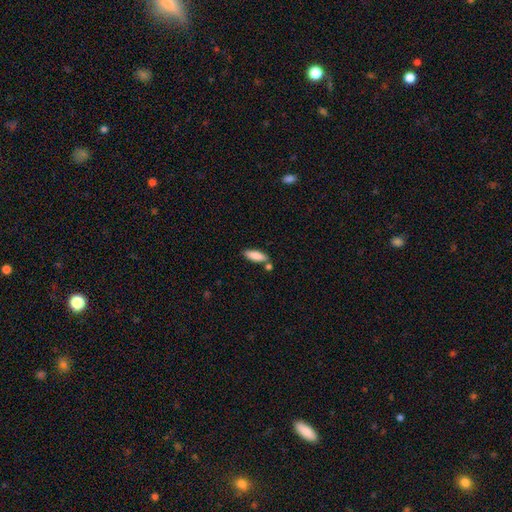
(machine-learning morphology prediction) Smooth or featured? Predicted: smooth (p=0.86). How rounded? Predicted: in between (p=0.61). Merging? Predicted: none (p=0.74).